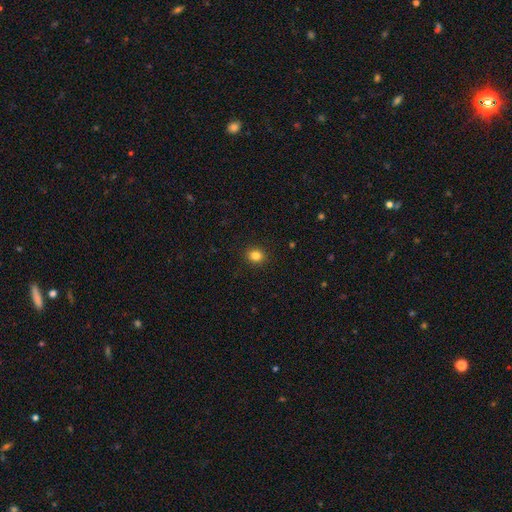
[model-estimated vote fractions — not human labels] Q: Smooth or featured?
A: smooth (83%); runner-up: star or artifact (12%)
Q: How rounded?
A: round (79%); runner-up: in between (20%)
Q: Merging?
A: none (92%); runner-up: minor disturbance (6%)